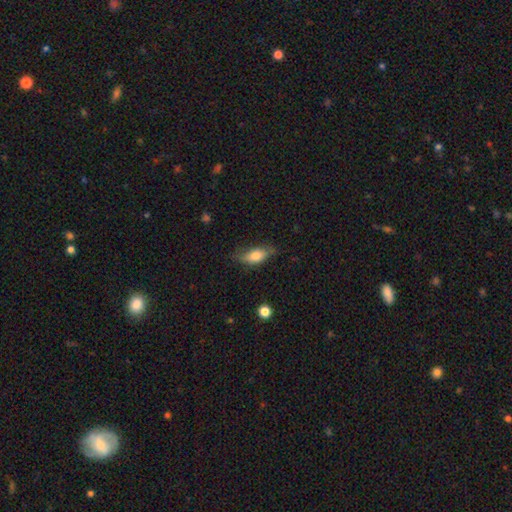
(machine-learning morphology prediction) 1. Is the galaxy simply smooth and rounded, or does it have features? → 69% smooth, 24% featured or disk, 7% star or artifact.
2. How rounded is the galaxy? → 77% in between, 18% cigar-shaped, 4% round.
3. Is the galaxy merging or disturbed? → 66% none, 25% minor disturbance, 7% major disturbance, 2% merger.